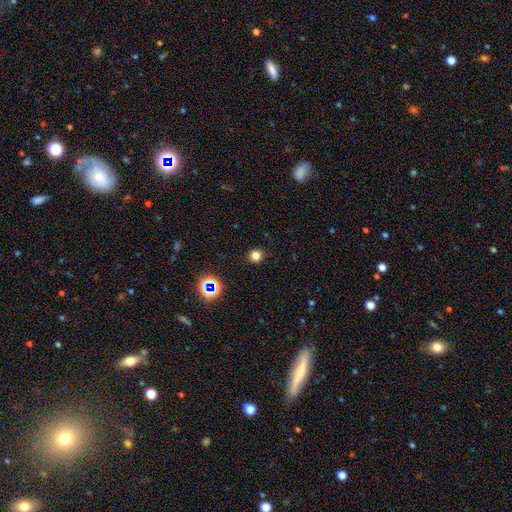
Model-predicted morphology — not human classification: Smooth or featured? smooth (77%)
How rounded? round (86%)
Merging? none (90%)